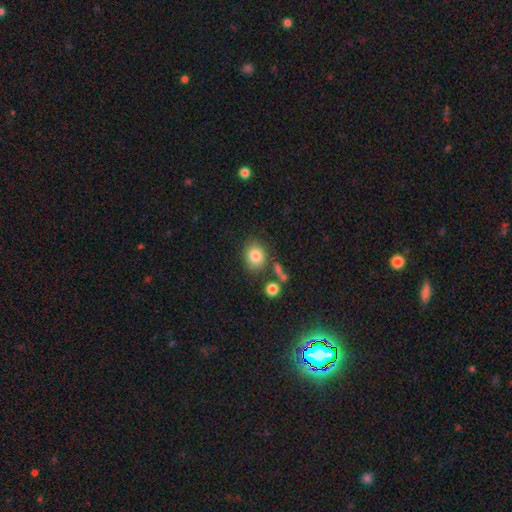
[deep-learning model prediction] Morphology: type=smooth (82%); roundness=round (63%); merging=none (74%).